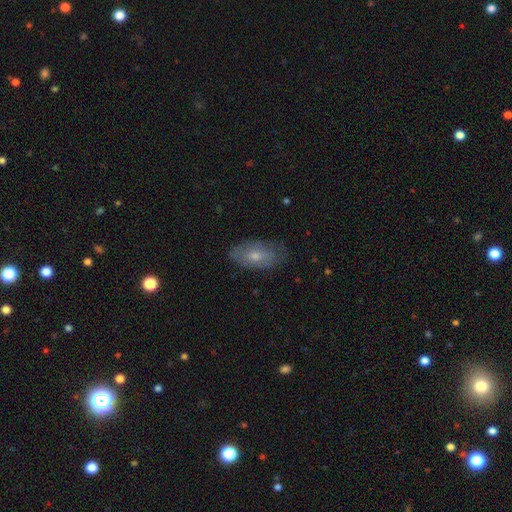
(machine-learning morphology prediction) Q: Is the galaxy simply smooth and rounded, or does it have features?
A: smooth — 57%.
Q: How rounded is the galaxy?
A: in between — 91%.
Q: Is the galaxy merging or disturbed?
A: none — 73%.